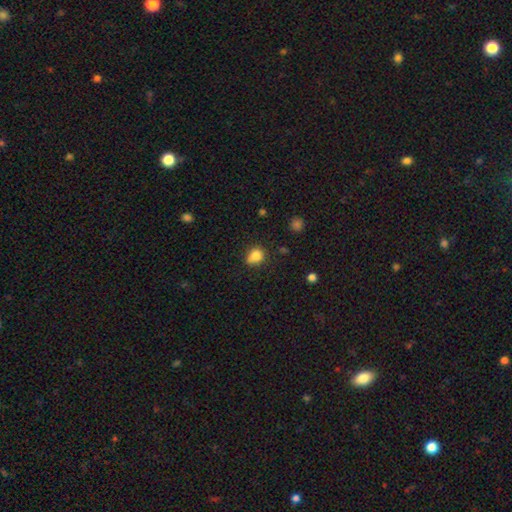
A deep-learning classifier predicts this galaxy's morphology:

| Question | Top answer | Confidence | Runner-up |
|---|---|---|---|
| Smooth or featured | smooth | 81% | star or artifact (11%) |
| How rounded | round | 69% | in between (30%) |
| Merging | none | 58% | minor disturbance (26%) |